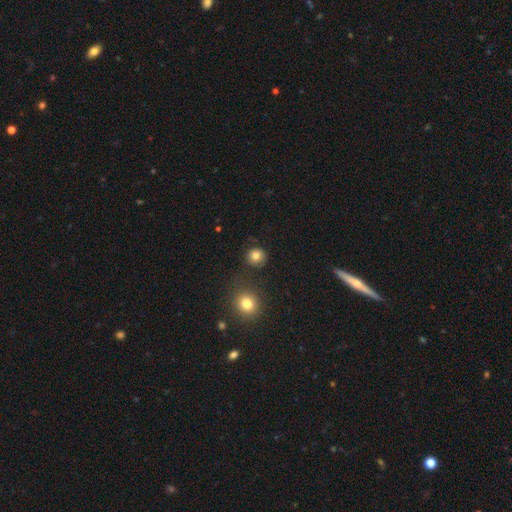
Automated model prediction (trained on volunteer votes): This appears to be a smooth galaxy with no disk features (81%) that is round (90%). Merging: none (84%).